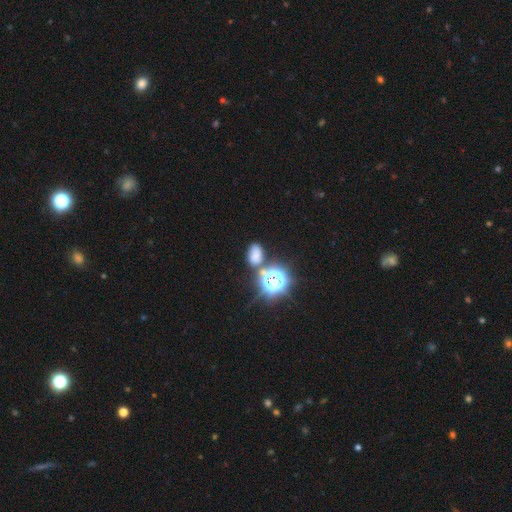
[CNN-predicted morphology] smooth 56%, star or artifact 34%, featured or disk 10%. Down the decision tree: how rounded — in between (77%); merging — none (60%).